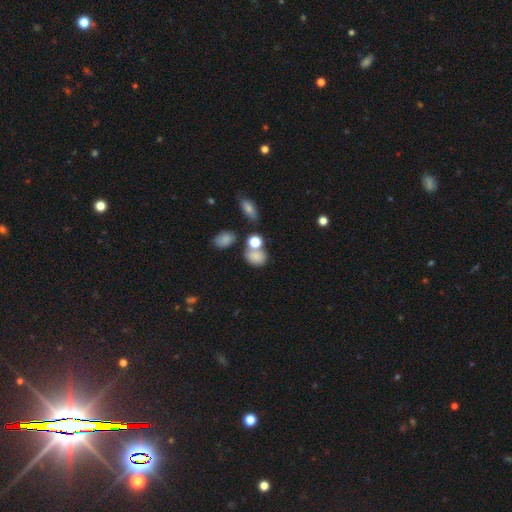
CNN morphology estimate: Q: Smooth or featured?
A: smooth (77%); runner-up: star or artifact (14%)
Q: How rounded?
A: in between (50%); runner-up: round (48%)
Q: Merging?
A: none (48%); runner-up: merger (31%)